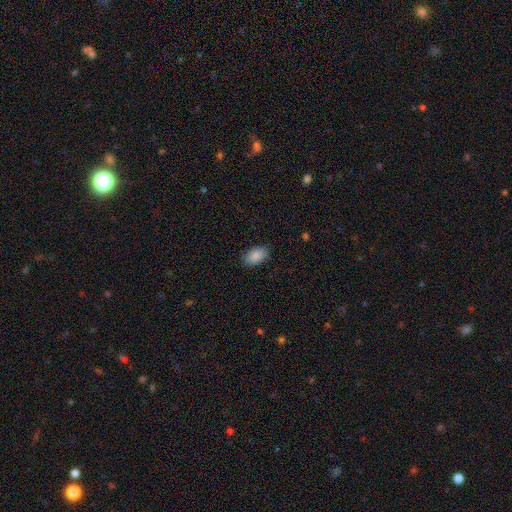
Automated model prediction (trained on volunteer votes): smooth 88%, star or artifact 7%, featured or disk 5%. Down the decision tree: how rounded — in between (90%); merging — none (84%).